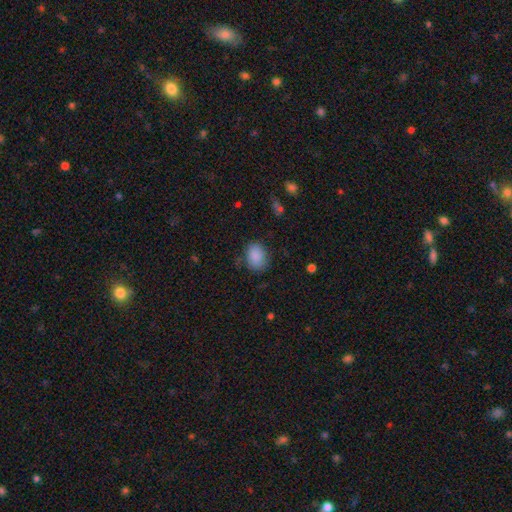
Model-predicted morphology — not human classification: Q: Smooth or featured?
A: smooth (87%); runner-up: star or artifact (8%)
Q: How rounded?
A: in between (63%); runner-up: round (37%)
Q: Merging?
A: none (76%); runner-up: minor disturbance (18%)